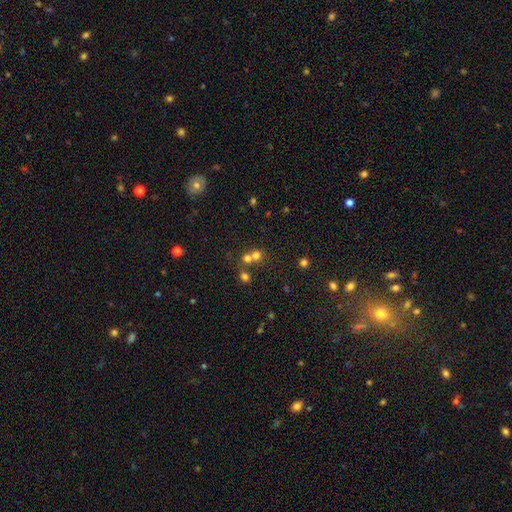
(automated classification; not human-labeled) Smooth or featured? smooth (68%)
How rounded? round (81%)
Merging? merger (51%)